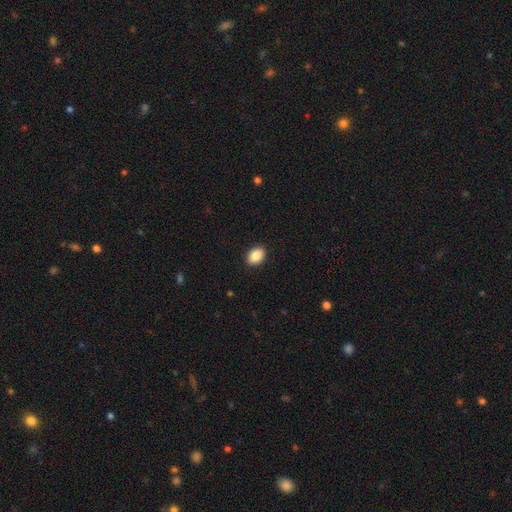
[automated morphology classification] Smooth or featured?
  - smooth: 88% *
  - star or artifact: 8%
  - featured or disk: 5%
How rounded?
  - in between: 79% *
  - round: 20%
  - cigar-shaped: 1%
Merging?
  - none: 91% *
  - minor disturbance: 7%
  - major disturbance: 2%
  - merger: 1%